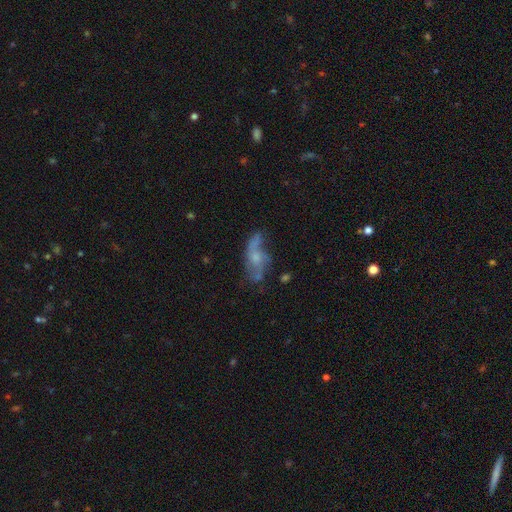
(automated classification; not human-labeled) The model was most divided on "bulge size": moderate: 37%, small: 36%, none: 19%, large: 6%, dominant: 2%. Remaining: edge-on disk — no (90%); bar — no (75%); spiral arms — yes (62%); smooth or featured — featured or disk (58%); merging — none (42%).